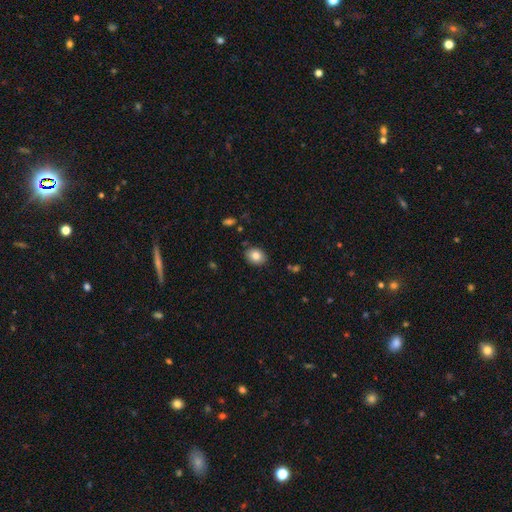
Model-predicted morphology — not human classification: This appears to be a smooth galaxy with no disk features (84%) that is in between round and cigar-shaped (60%). Merging: none (86%).